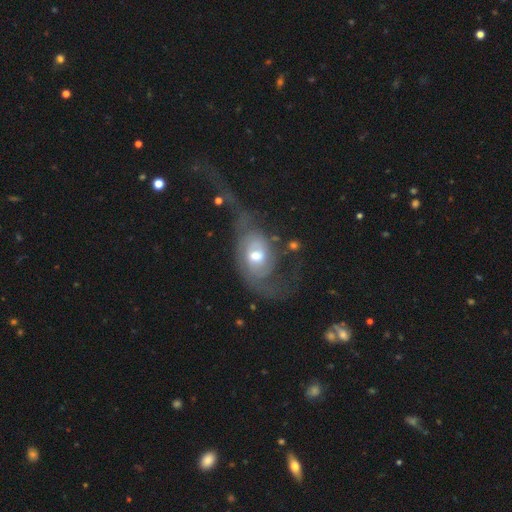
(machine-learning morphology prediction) The model was most divided on "merging": major disturbance: 57%, none: 22%, minor disturbance: 14%, merger: 7%. More confident: edge-on disk — no (95%); spiral arms — yes (73%); smooth or featured — featured or disk (71%); bulge size — moderate (68%); bar — no (67%).